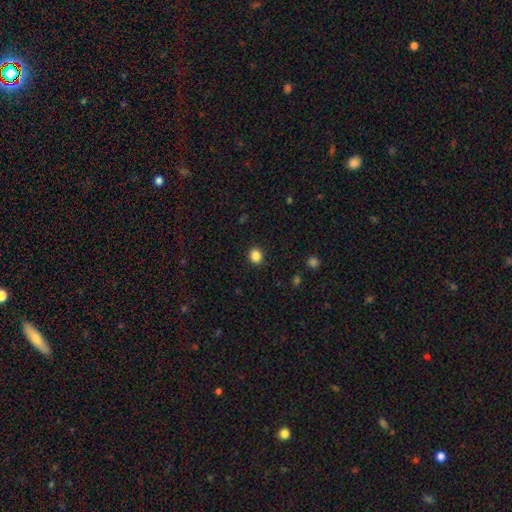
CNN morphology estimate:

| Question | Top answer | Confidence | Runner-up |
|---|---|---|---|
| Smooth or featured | smooth | 85% | star or artifact (11%) |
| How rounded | round | 80% | in between (19%) |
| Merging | none | 91% | minor disturbance (6%) |